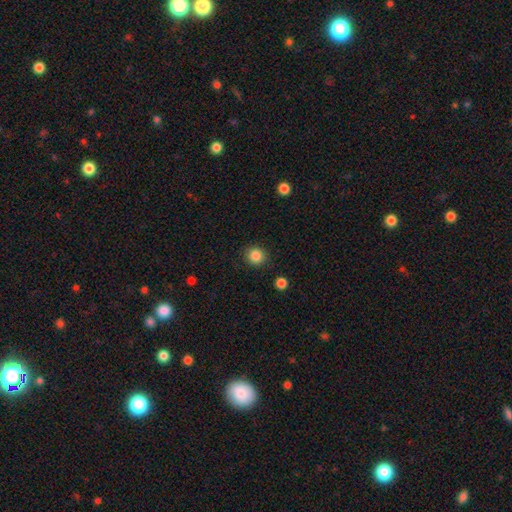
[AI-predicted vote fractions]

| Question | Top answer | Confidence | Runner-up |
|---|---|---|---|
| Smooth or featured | smooth | 86% | star or artifact (10%) |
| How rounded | round | 90% | in between (9%) |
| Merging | none | 90% | minor disturbance (7%) |